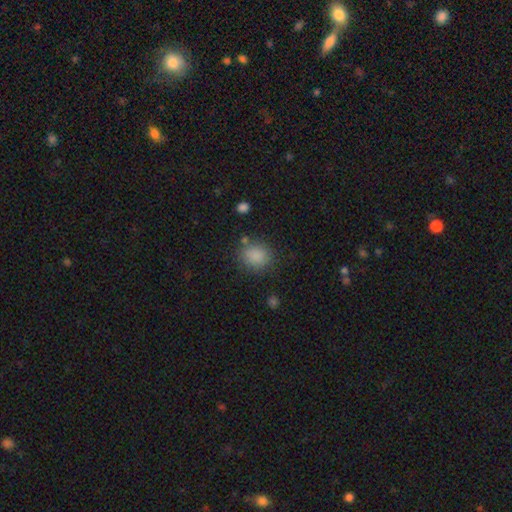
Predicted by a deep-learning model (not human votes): A smooth galaxy with no disk features (85%) that is round (63%). Merging: none (77%).